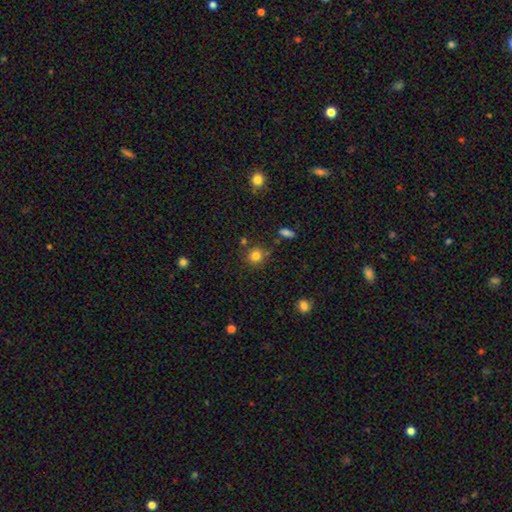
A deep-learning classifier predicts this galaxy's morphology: Q: Smooth or featured?
A: smooth (81%); runner-up: star or artifact (13%)
Q: How rounded?
A: round (88%); runner-up: in between (11%)
Q: Merging?
A: none (80%); runner-up: minor disturbance (11%)